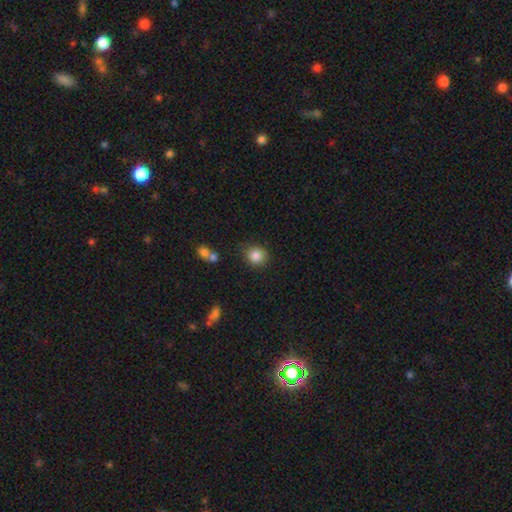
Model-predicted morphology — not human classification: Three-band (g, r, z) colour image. It shows a smooth galaxy with no disk features (85%) that is round (84%). Merging: none (79%).